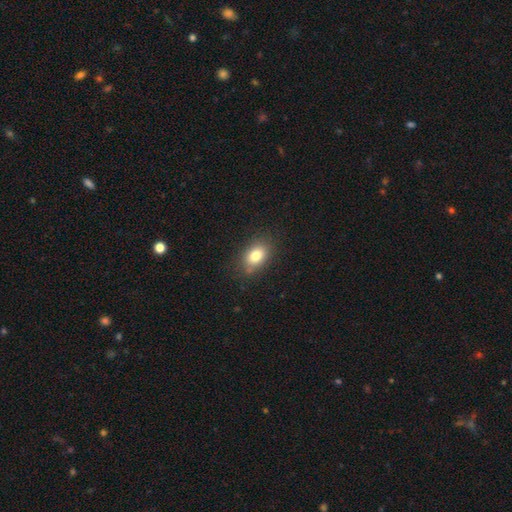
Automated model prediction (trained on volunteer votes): A smooth galaxy with no disk features (81%) that is in between round and cigar-shaped (80%).

Vote fractions:
- Smooth or featured? smooth: 81% / star or artifact: 10% / featured or disk: 9%
- How rounded? in between: 80% / round: 19% / cigar-shaped: 2%
- Merging? none: 80% / minor disturbance: 15% / major disturbance: 4% / merger: 2%